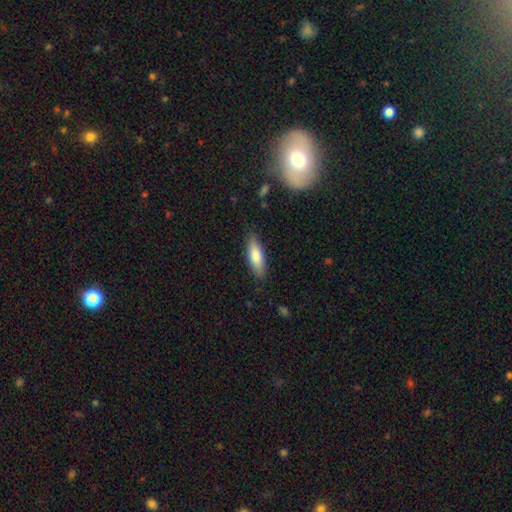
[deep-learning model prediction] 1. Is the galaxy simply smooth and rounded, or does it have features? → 80% smooth, 14% featured or disk, 6% star or artifact.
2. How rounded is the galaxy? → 54% in between, 44% cigar-shaped, 2% round.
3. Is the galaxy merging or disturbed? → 85% none, 12% minor disturbance, 2% major disturbance, 1% merger.